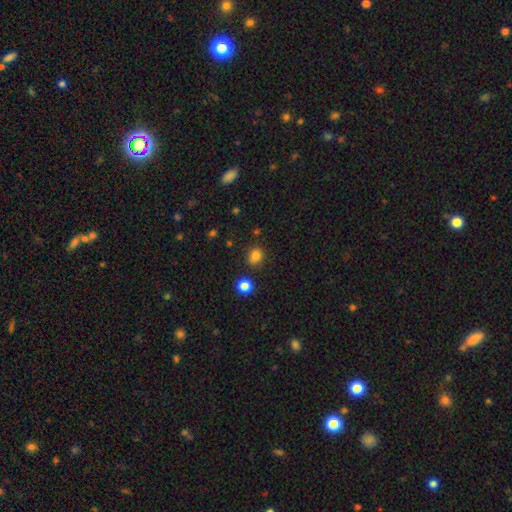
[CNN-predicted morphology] The model was most divided on "how rounded": round: 68%, in between: 31%, cigar-shaped: 1%. More confident: smooth or featured — smooth (80%); merging — none (78%).